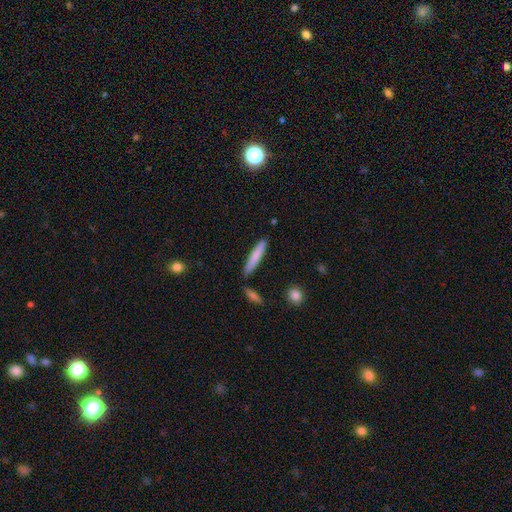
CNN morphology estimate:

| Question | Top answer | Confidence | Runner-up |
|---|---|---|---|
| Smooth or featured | smooth | 78% | featured or disk (16%) |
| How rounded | cigar-shaped | 92% | in between (7%) |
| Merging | none | 84% | minor disturbance (10%) |